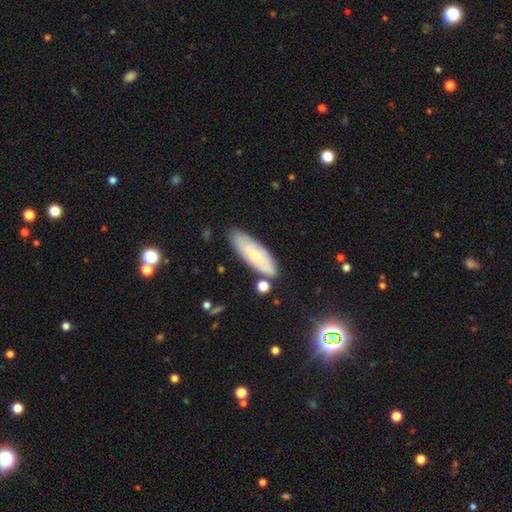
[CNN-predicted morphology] Smooth or featured? Predicted: smooth (p=0.65). How rounded? Predicted: in between (p=0.53). Merging? Predicted: none (p=0.80).